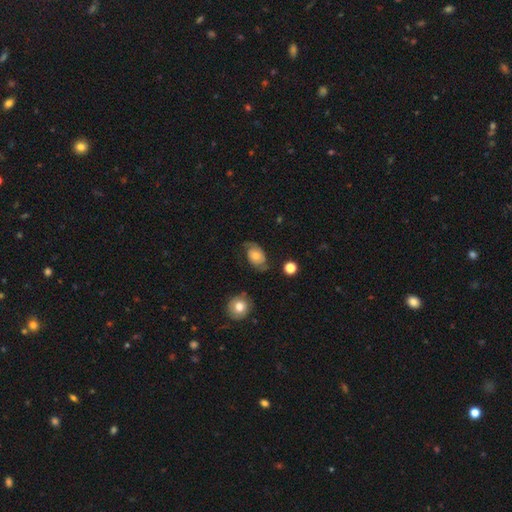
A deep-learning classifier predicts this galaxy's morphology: A featured or disk galaxy (58%) with no bar (77%), spiral arms (84%) and a moderate central bulge (54%).

Vote fractions:
- Smooth or featured? featured or disk: 58% / smooth: 34% / star or artifact: 8%
- Edge-on disk? no: 96% / yes: 4%
- Bar? no: 77% / weak: 19% / strong: 3%
- Spiral arms? yes: 84% / no: 16%
- Bulge size? moderate: 54% / small: 24% / large: 15% / none: 4% / dominant: 3%
- Merging? none: 62% / minor disturbance: 23% / major disturbance: 12% / merger: 2%